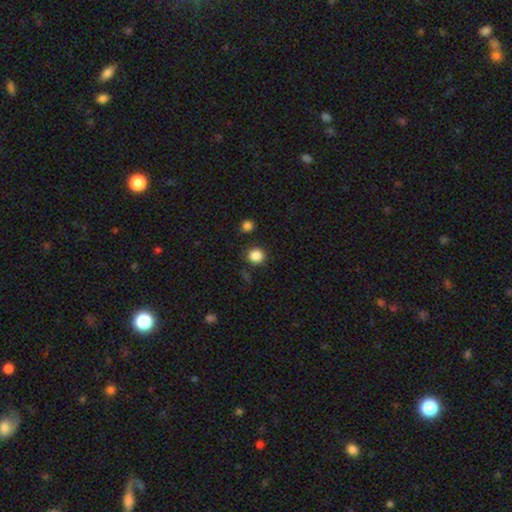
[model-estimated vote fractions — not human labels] This appears to be a smooth galaxy with no disk features (86%) that is round (89%). Merging: none (86%).